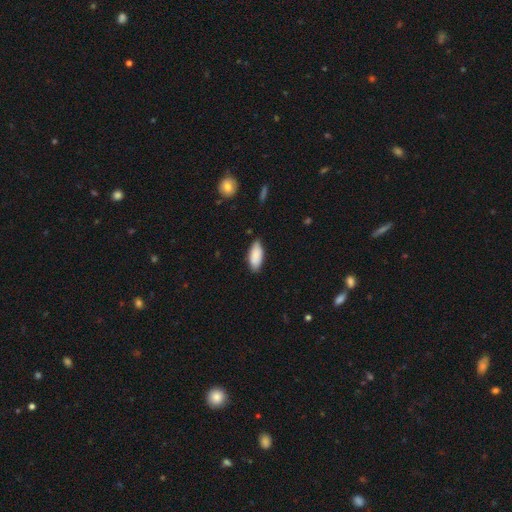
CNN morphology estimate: A smooth galaxy with no disk features (87%) that is in between round and cigar-shaped (85%).

Vote fractions:
- Smooth or featured? smooth: 87% / featured or disk: 7% / star or artifact: 6%
- How rounded? in between: 85% / cigar-shaped: 13% / round: 2%
- Merging? none: 80% / minor disturbance: 16% / major disturbance: 2% / merger: 1%